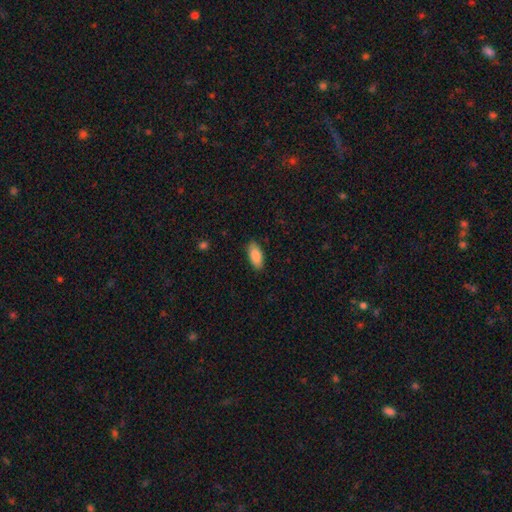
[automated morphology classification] Smooth or featured: smooth — 87% (featured or disk — 7%)
How rounded: in between — 91% (cigar-shaped — 7%)
Merging: none — 86% (minor disturbance — 10%)